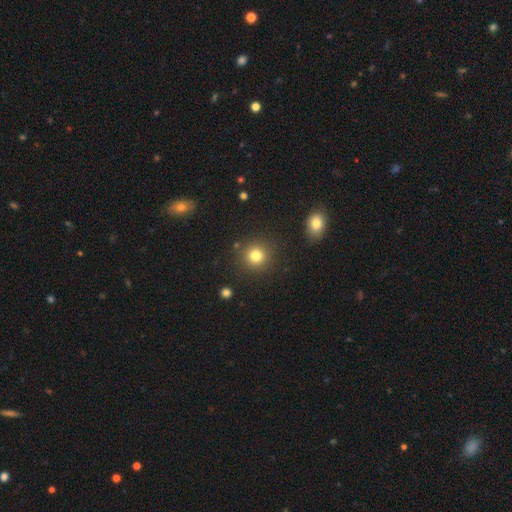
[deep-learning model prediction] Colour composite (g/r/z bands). It shows a smooth galaxy with no disk features (81%) that is round (92%). Merging: none (88%).